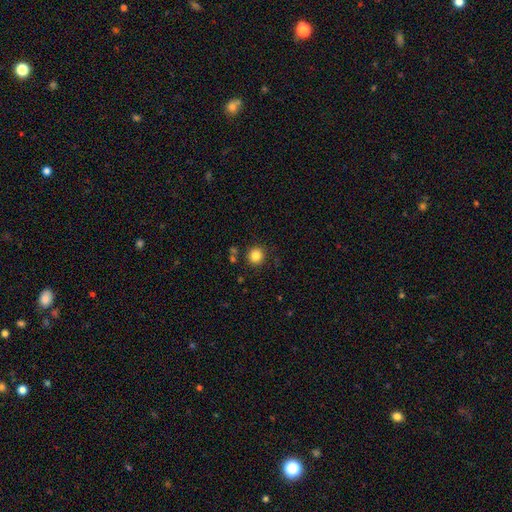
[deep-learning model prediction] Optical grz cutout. It shows a smooth galaxy with no disk features (84%) that is round (93%). Merging: none (87%).